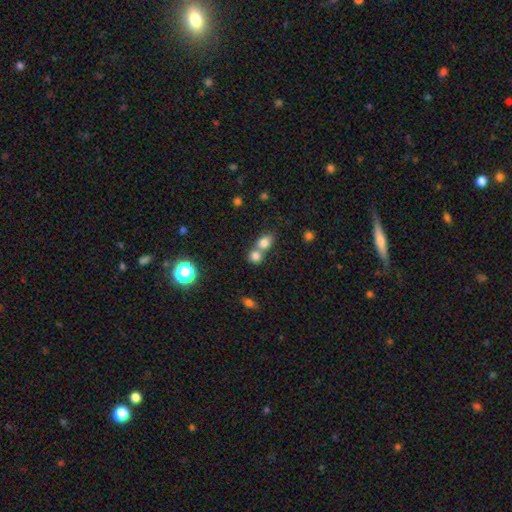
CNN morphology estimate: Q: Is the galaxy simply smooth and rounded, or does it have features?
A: smooth — 77%.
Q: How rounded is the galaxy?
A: round — 69%.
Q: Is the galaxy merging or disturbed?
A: merger — 56%.